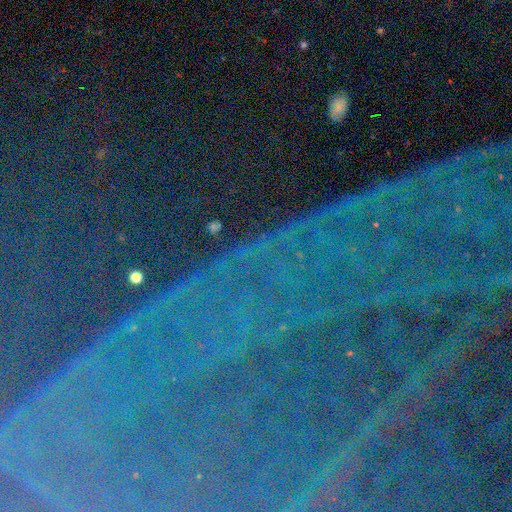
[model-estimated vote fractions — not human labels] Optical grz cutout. It shows a star or artifact, not a galaxy (88%).